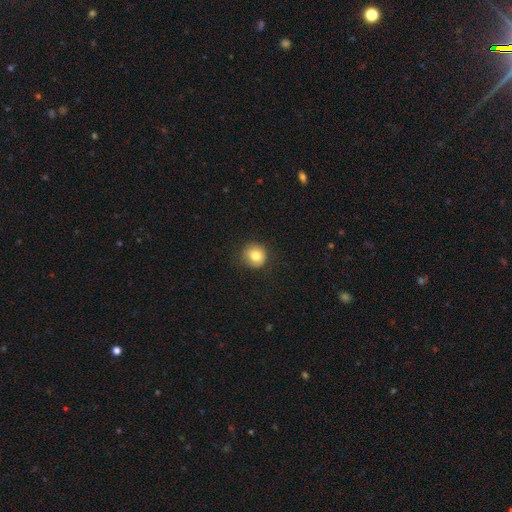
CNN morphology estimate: smooth_or_featured: smooth (p=0.79) [alt: featured or disk p=0.11]
how_rounded: round (p=0.90) [alt: in between p=0.09]
merging: none (p=0.82) [alt: minor disturbance p=0.13]